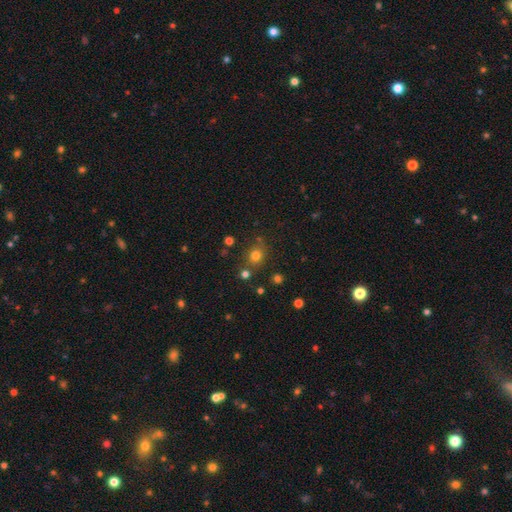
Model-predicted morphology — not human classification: smooth 74%, star or artifact 19%, featured or disk 7%. Down the decision tree: how rounded — round (79%); merging — none (77%).